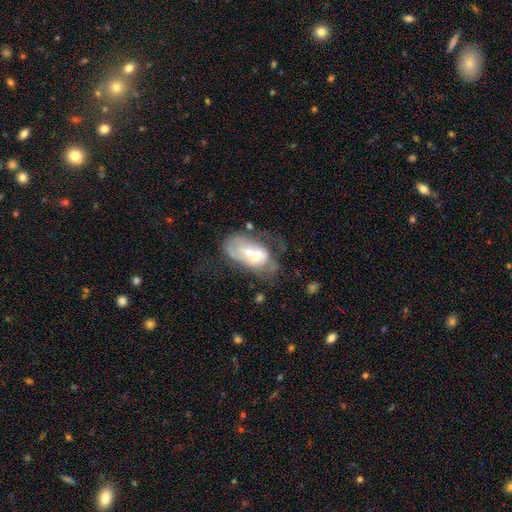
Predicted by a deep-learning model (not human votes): Morphology: type=featured or disk (62%); edge-on=no (95%); bar=no (69%); spiral arms=no (51%); bulge=moderate (50%); merging=merger (31%).